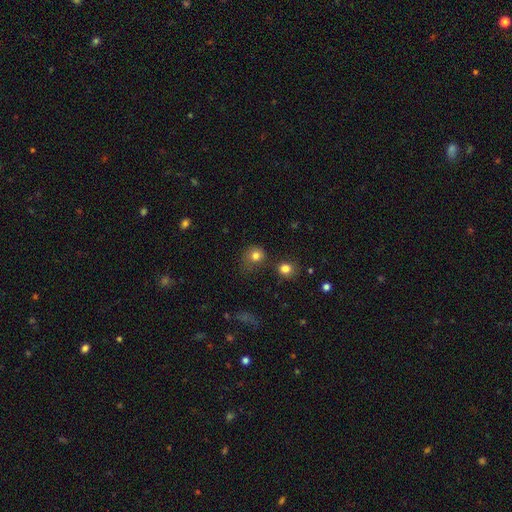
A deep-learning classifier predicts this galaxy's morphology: smooth-or-featured: smooth: 79% | star or artifact: 13% | featured or disk: 8%
  how-rounded: round: 81% | in between: 18% | cigar-shaped: 1%
  merging: none: 59% | minor disturbance: 21% | major disturbance: 10% | merger: 10%